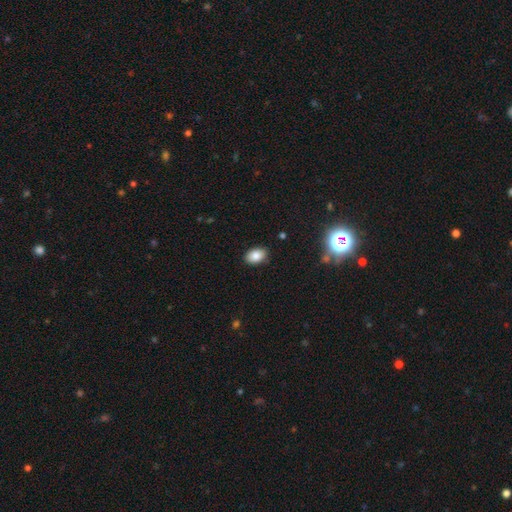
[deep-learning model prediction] smooth-or-featured: smooth: 84% | star or artifact: 9% | featured or disk: 7%
  how-rounded: in between: 86% | round: 13% | cigar-shaped: 1%
  merging: none: 88% | minor disturbance: 9% | major disturbance: 2% | merger: 1%